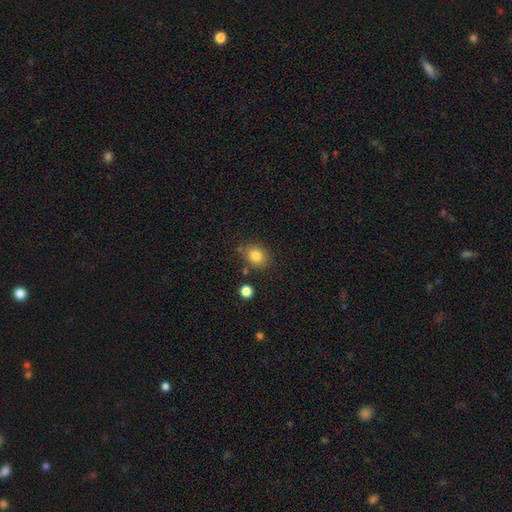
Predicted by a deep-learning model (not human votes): Smooth or featured? Predicted: smooth (p=0.82). How rounded? Predicted: round (p=0.57). Merging? Predicted: none (p=0.78).